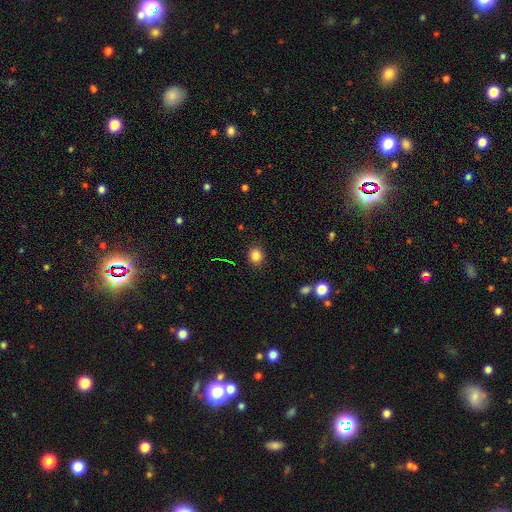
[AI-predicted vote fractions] Overall: smooth (84%). How rounded: round (80%). Merging: none (90%).